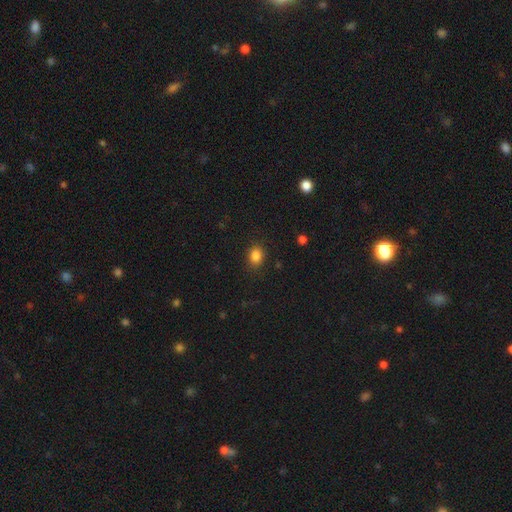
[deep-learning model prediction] Smooth or featured?
  - smooth: 85% *
  - star or artifact: 11%
  - featured or disk: 4%
How rounded?
  - in between: 51% *
  - round: 48%
  - cigar-shaped: 1%
Merging?
  - none: 85% *
  - minor disturbance: 10%
  - major disturbance: 3%
  - merger: 1%